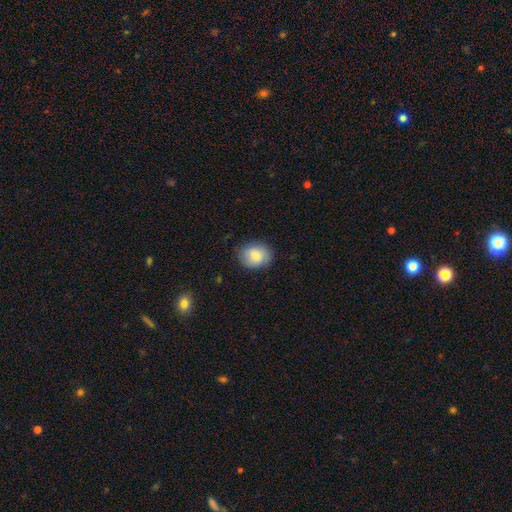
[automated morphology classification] This is clearly a smooth galaxy (83%). How rounded: possibly round (51%). Merging: clearly none (80%).